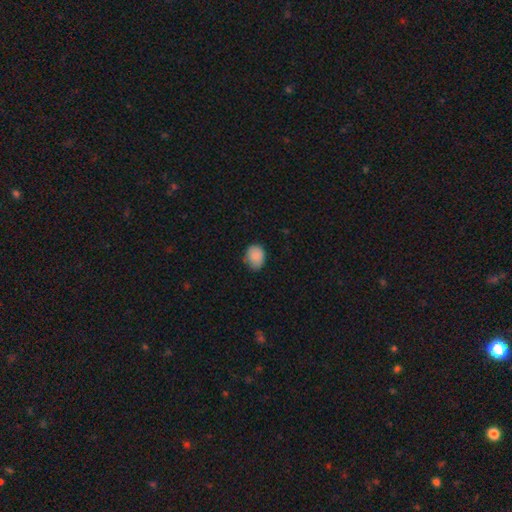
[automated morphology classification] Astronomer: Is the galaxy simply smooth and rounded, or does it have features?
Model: smooth — 87%.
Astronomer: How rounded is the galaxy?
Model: in between — 55% (runner-up: round, 44%).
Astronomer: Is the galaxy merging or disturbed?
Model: none — 69%.